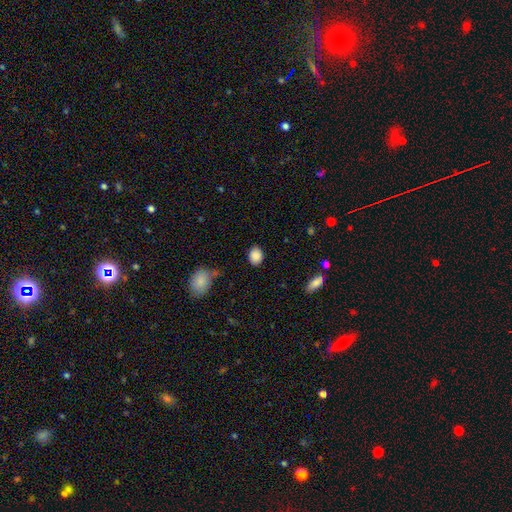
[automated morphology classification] smooth-or-featured: smooth: 88% | star or artifact: 8% | featured or disk: 4%
  how-rounded: in between: 64% | round: 34% | cigar-shaped: 1%
  merging: none: 84% | minor disturbance: 11% | major disturbance: 3% | merger: 2%